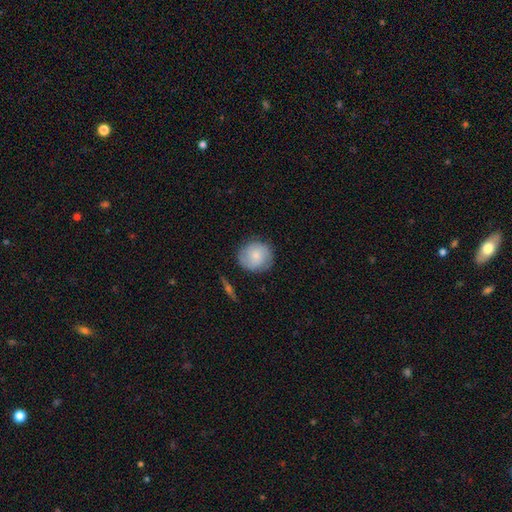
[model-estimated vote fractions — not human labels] This is likely a smooth galaxy (74%). How rounded: clearly round (88%). Merging: clearly none (82%).